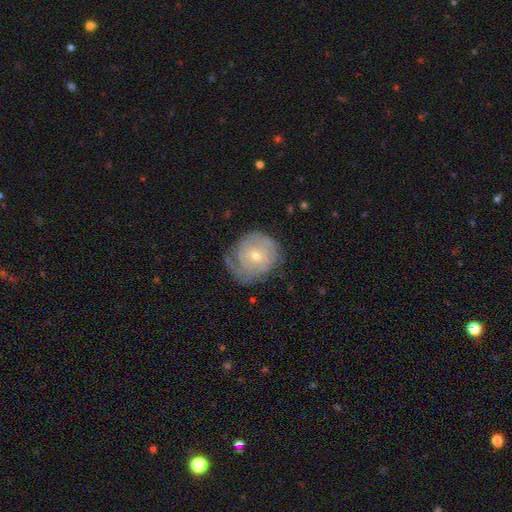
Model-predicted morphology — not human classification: featured or disk 66%, smooth 26%, star or artifact 8%. Down the decision tree: edge-on disk — no (96%); bar — no (59%); spiral arms — yes (83%); spiral arm count — can't tell (45%); spiral winding — tight (63%); bulge size — small (57%); merging — none (59%).